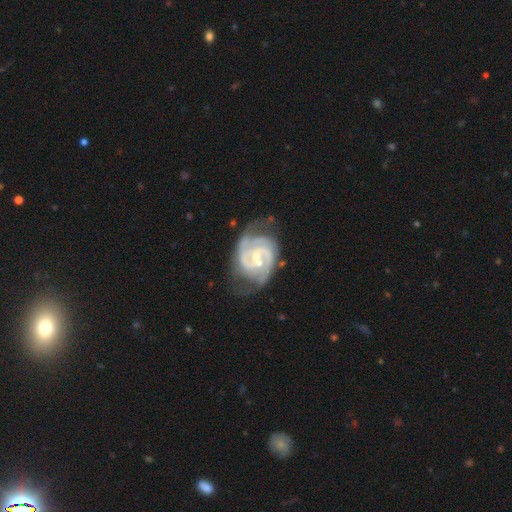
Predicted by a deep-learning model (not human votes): Q: Smooth or featured?
A: featured or disk (91%); runner-up: smooth (5%)
Q: Edge-on disk?
A: no (98%); runner-up: yes (2%)
Q: Bar?
A: weak (44%); runner-up: no (43%)
Q: Spiral arms?
A: yes (98%); runner-up: no (2%)
Q: Spiral winding?
A: tight (48%); runner-up: medium (43%)
Q: Spiral arm count?
A: 2 (71%); runner-up: 3 (13%)
Q: Bulge size?
A: small (60%); runner-up: moderate (36%)
Q: Merging?
A: none (57%); runner-up: minor disturbance (25%)